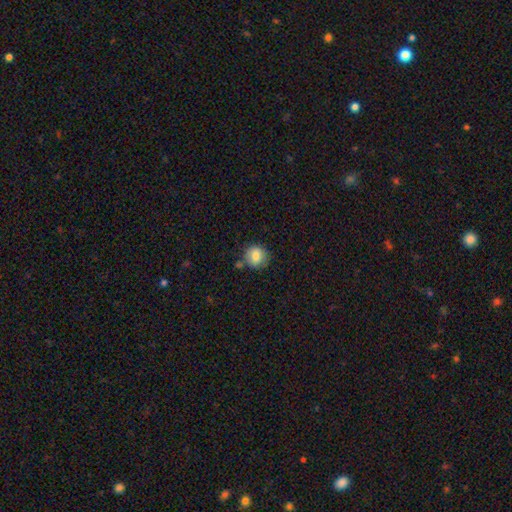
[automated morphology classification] smooth_or_featured: smooth (p=0.82) [alt: featured or disk p=0.09]
how_rounded: round (p=0.85) [alt: in between p=0.14]
merging: none (p=0.74) [alt: minor disturbance p=0.14]